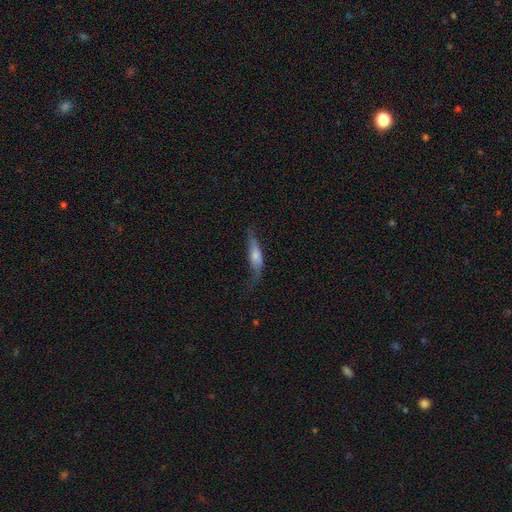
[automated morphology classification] This is possibly a smooth galaxy (58%). How rounded: possibly cigar-shaped (54%). Merging: marginally none (45%).